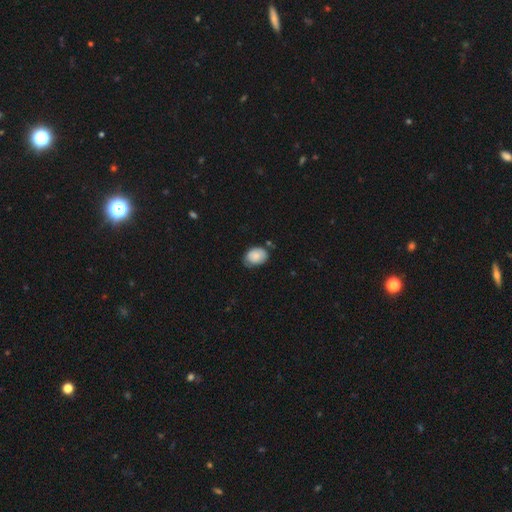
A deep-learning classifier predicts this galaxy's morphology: This is likely a smooth galaxy (79%). How rounded: likely in between (73%). Merging: possibly none (59%).